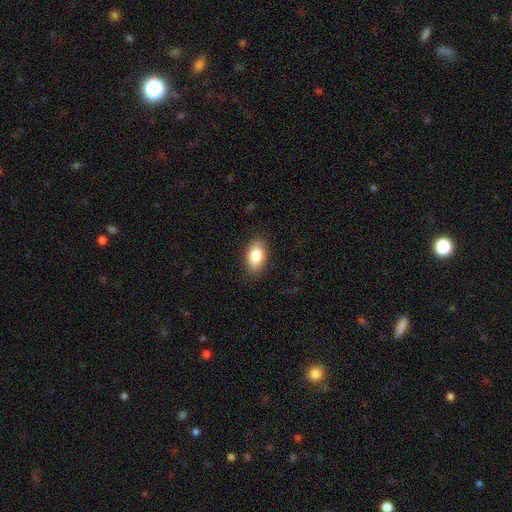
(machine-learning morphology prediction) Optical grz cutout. It shows a smooth galaxy with no disk features (84%) that is in between round and cigar-shaped (91%). Merging: none (87%).